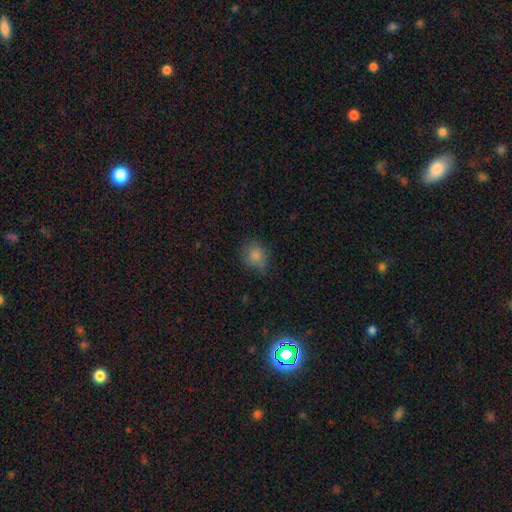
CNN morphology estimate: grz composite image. It shows a smooth galaxy with no disk features (83%) that is round (73%). Merging: none (68%).